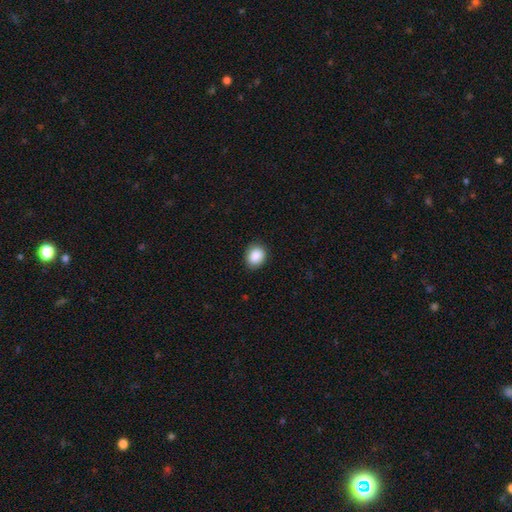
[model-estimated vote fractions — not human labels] The model was most divided on "how rounded": round: 56%, in between: 43%, cigar-shaped: 1%. More confident: smooth or featured — smooth (87%); merging — none (85%).